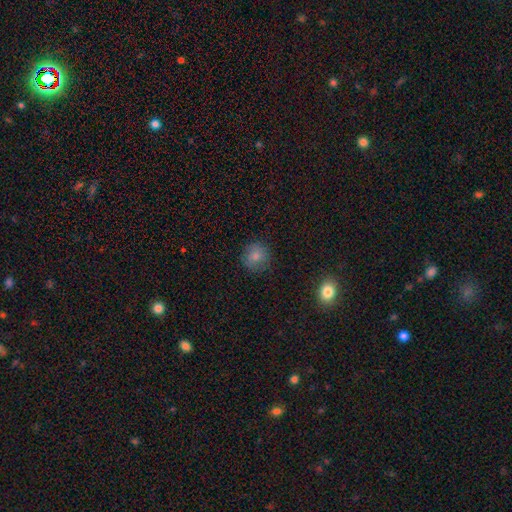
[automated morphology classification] smooth 81%, star or artifact 11%, featured or disk 8%. Down the decision tree: how rounded — round (89%); merging — none (83%).